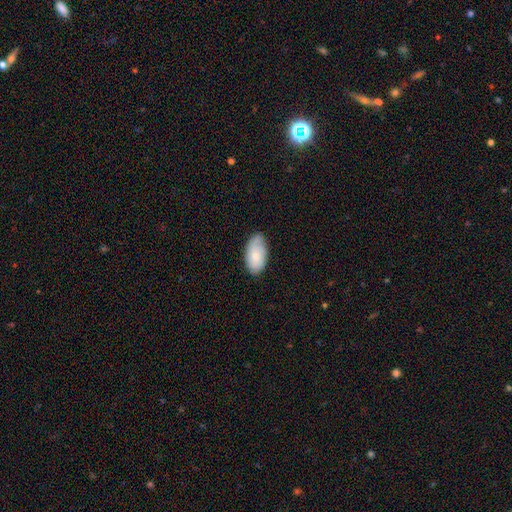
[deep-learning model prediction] Q: Smooth or featured?
A: smooth (77%); runner-up: featured or disk (17%)
Q: How rounded?
A: in between (95%); runner-up: round (3%)
Q: Merging?
A: none (72%); runner-up: minor disturbance (24%)